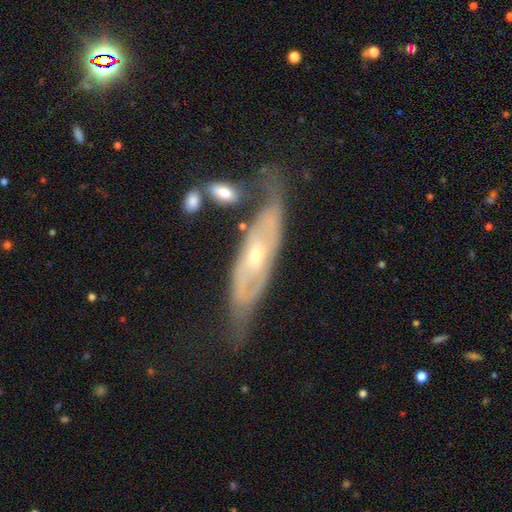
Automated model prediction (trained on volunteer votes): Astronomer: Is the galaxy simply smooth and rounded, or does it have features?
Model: featured or disk — 78%.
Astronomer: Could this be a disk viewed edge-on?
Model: no — 75%.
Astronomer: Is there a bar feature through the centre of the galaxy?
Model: no — 70%.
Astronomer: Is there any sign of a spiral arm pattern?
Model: yes — 72%.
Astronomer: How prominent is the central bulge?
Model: small — 60% (runner-up: moderate, 37%).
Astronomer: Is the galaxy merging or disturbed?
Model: none — 57%.